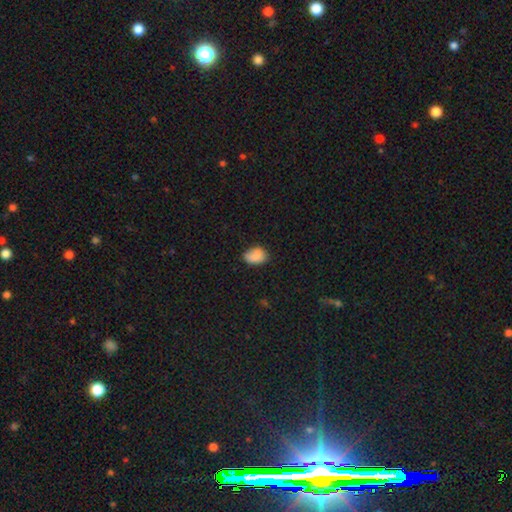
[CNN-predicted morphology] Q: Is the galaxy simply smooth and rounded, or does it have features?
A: smooth — 85%.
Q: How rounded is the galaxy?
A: in between — 82%.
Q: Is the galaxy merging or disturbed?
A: none — 69%.